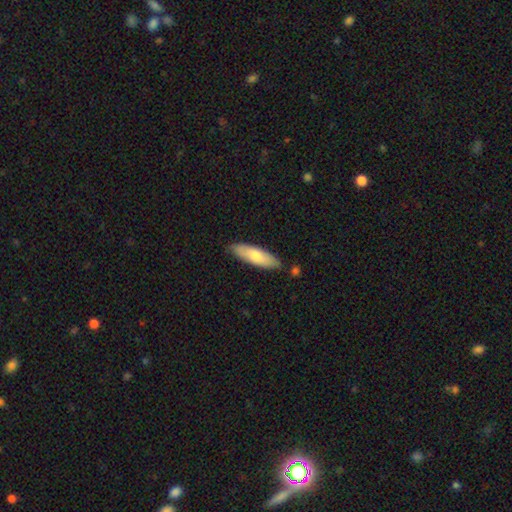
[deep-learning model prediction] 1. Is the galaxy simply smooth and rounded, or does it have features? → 71% smooth, 23% featured or disk, 5% star or artifact.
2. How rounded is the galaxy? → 52% cigar-shaped, 47% in between, 2% round.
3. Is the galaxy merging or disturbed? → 79% none, 15% minor disturbance, 3% merger, 2% major disturbance.